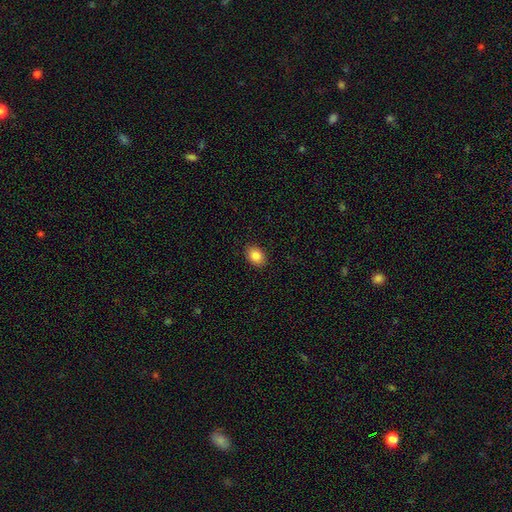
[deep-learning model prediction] smooth_or_featured: smooth (p=0.86) [alt: star or artifact p=0.09]
how_rounded: in between (p=0.70) [alt: round p=0.29]
merging: none (p=0.90) [alt: minor disturbance p=0.07]